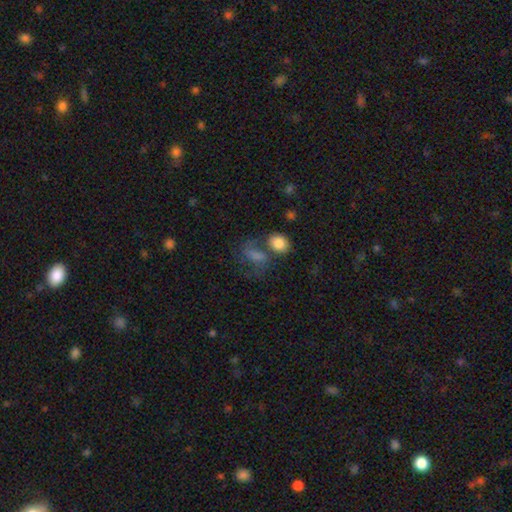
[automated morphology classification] Overall: smooth (51%; featured or disk 28%). How rounded: in between (65%; round 31%). Merging: none (44%; merger 25%).